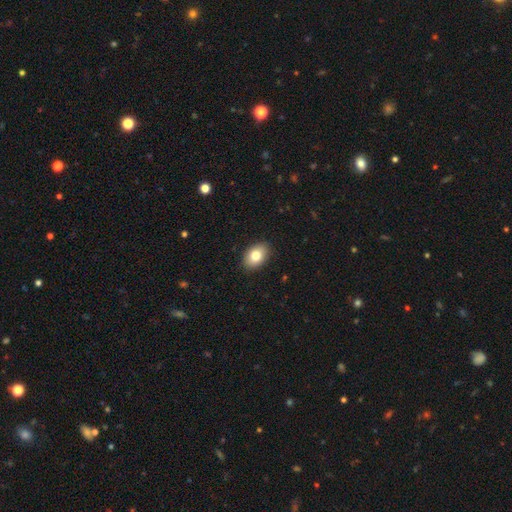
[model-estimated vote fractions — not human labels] Smooth or featured: smooth — 81% (featured or disk — 11%)
How rounded: in between — 85% (round — 13%)
Merging: none — 89% (minor disturbance — 8%)